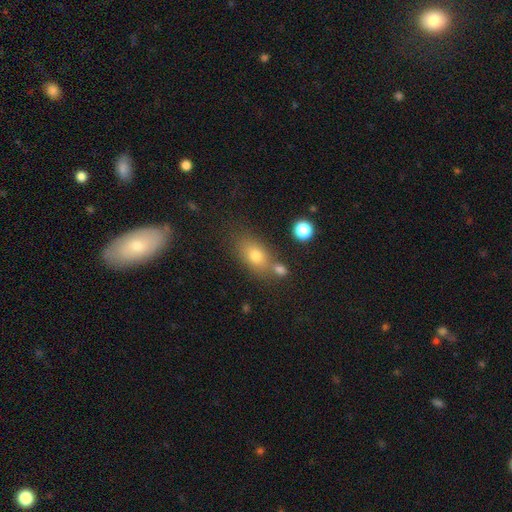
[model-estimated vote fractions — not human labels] A smooth galaxy with no disk features (74%) that is in between round and cigar-shaped (79%). Merging: none (61%).